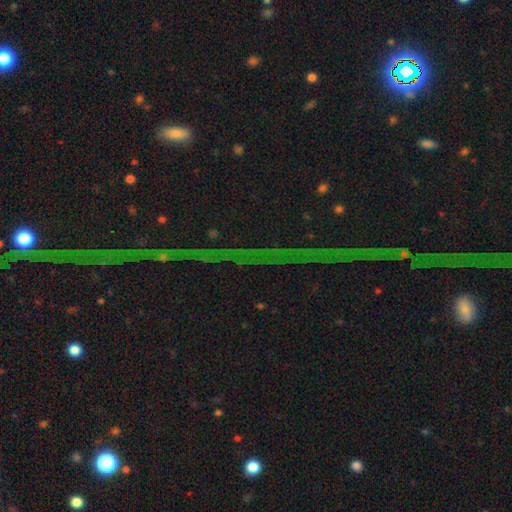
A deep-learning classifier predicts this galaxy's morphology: This is likely a star or artifact rather than a galaxy (75%).